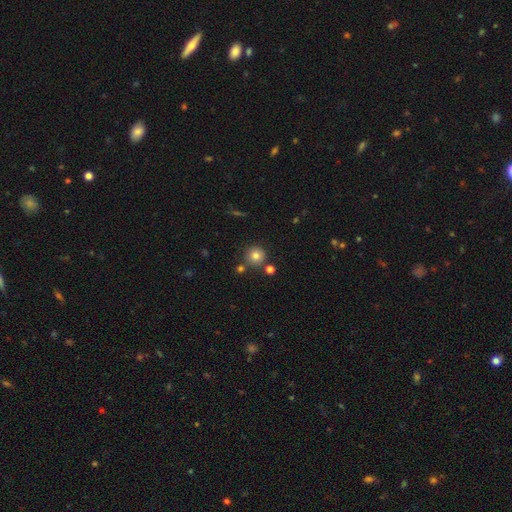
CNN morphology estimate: A smooth galaxy with no disk features (79%) that is round (93%). Merging: none (79%).